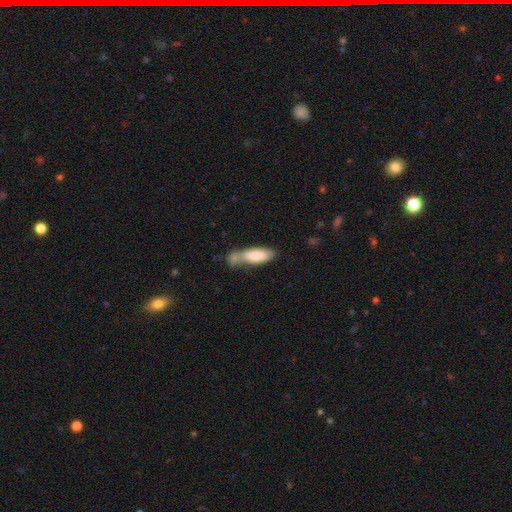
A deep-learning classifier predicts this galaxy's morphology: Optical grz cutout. It shows a smooth galaxy with no disk features (74%) that is in between round and cigar-shaped (70%). Merging: merger (45%).